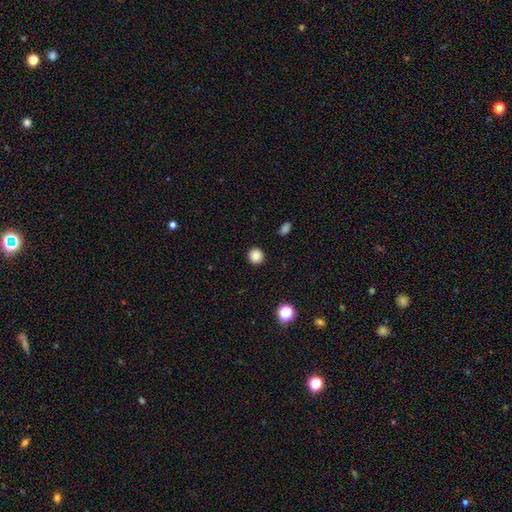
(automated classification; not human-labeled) Smooth or featured?
  - smooth: 86% *
  - star or artifact: 11%
  - featured or disk: 3%
How rounded?
  - round: 94% *
  - in between: 5%
  - cigar-shaped: 1%
Merging?
  - none: 92% *
  - minor disturbance: 5%
  - major disturbance: 2%
  - merger: 1%